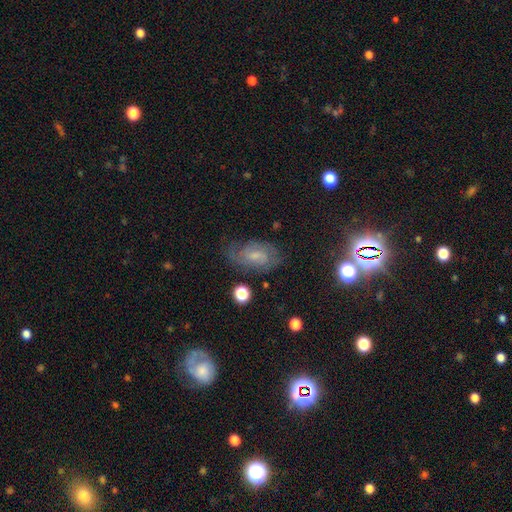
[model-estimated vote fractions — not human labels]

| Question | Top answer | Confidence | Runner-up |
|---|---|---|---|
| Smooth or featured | featured or disk | 62% | smooth (26%) |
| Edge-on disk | no | 95% | yes (5%) |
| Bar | weak | 50% | no (41%) |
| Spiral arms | yes | 87% | no (13%) |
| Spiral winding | medium | 43% | tight (42%) |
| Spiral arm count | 2 | 50% | can't tell (32%) |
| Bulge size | small | 50% | moderate (31%) |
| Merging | none | 67% | minor disturbance (21%) |